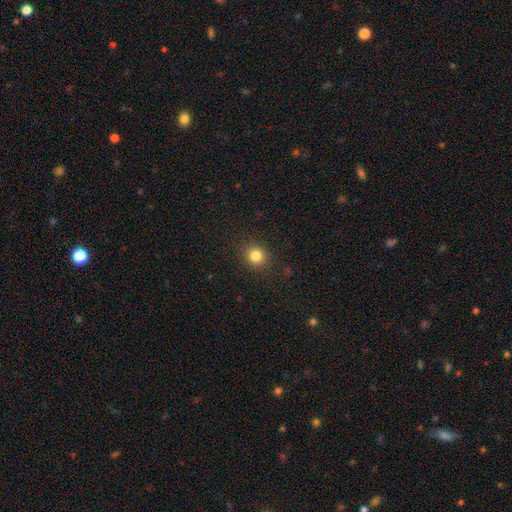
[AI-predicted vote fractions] The model was most divided on "smooth or featured": smooth: 83%, star or artifact: 12%, featured or disk: 5%. More confident: merging — none (90%); how rounded — round (86%).